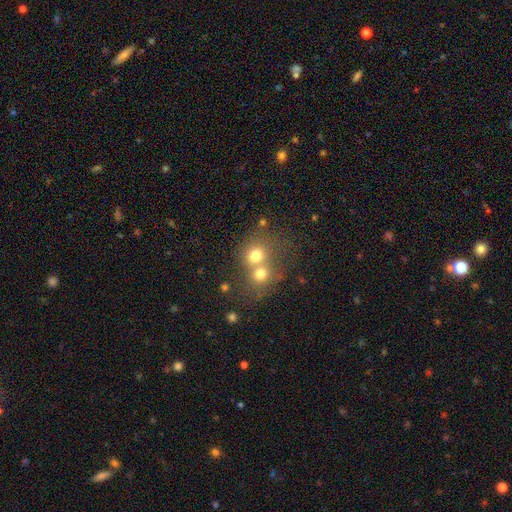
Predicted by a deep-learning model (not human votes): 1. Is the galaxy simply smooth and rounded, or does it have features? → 70% smooth, 16% featured or disk, 15% star or artifact.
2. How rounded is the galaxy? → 74% round, 25% in between, 1% cigar-shaped.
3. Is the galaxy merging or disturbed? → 58% merger, 33% none, 6% minor disturbance, 4% major disturbance.